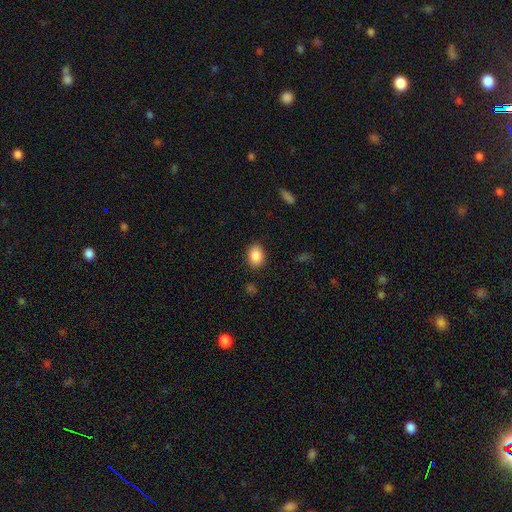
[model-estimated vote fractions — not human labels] Smooth or featured? smooth (88%)
How rounded? in between (69%)
Merging? none (87%)